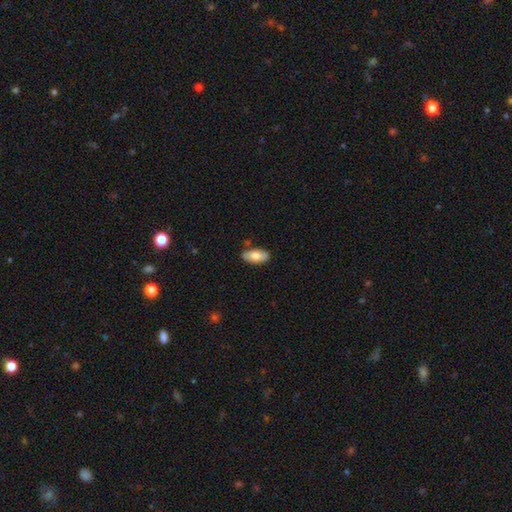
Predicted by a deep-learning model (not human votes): Smooth or featured?
  - smooth: 75% *
  - featured or disk: 19%
  - star or artifact: 6%
How rounded?
  - in between: 92% *
  - cigar-shaped: 5%
  - round: 3%
Merging?
  - none: 81% *
  - minor disturbance: 13%
  - merger: 3%
  - major disturbance: 2%